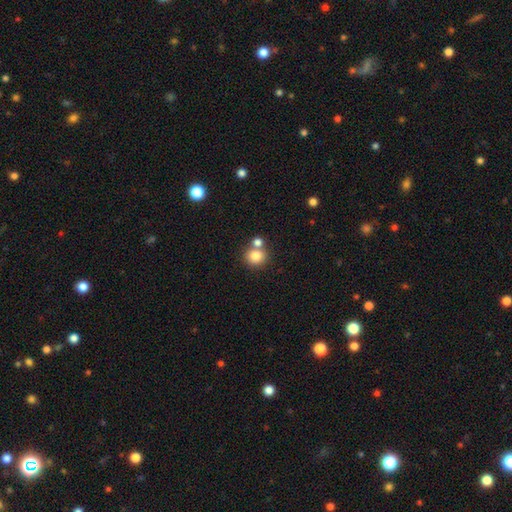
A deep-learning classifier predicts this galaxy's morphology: Q: Smooth or featured?
A: smooth (82%); runner-up: star or artifact (11%)
Q: How rounded?
A: round (86%); runner-up: in between (13%)
Q: Merging?
A: none (59%); runner-up: merger (30%)